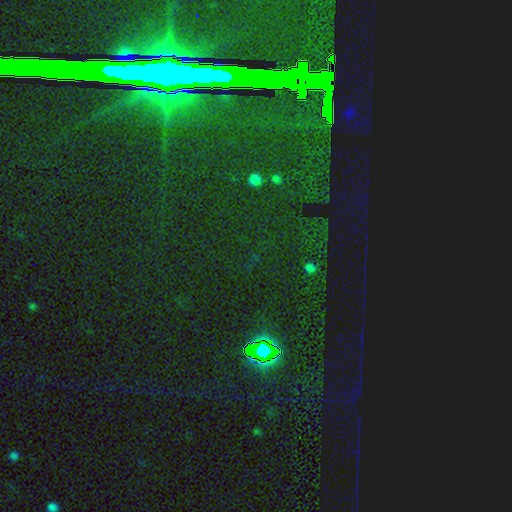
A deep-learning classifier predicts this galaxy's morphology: Q: Smooth or featured?
A: star or artifact (81%); runner-up: smooth (11%)